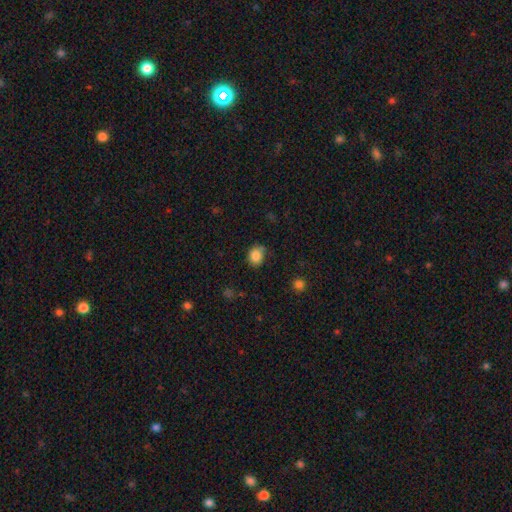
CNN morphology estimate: smooth_or_featured: smooth (p=0.84) [alt: star or artifact p=0.10]
how_rounded: round (p=0.55) [alt: in between p=0.44]
merging: none (p=0.66) [alt: minor disturbance p=0.25]